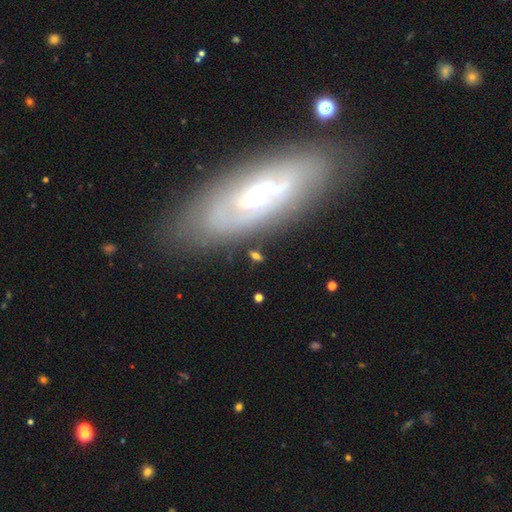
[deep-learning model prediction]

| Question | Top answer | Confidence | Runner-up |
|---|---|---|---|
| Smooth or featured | smooth | 45% | featured or disk (37%) |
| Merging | none | 75% | minor disturbance (13%) |